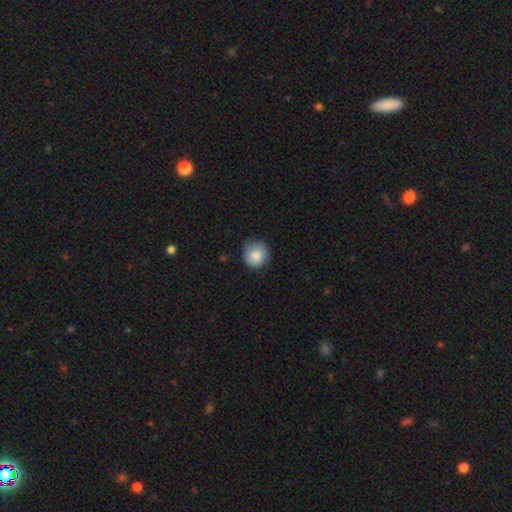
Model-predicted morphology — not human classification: The model was most divided on "merging": none: 71%, minor disturbance: 24%, major disturbance: 4%, merger: 1%. More confident: how rounded — round (85%); smooth or featured — smooth (83%).